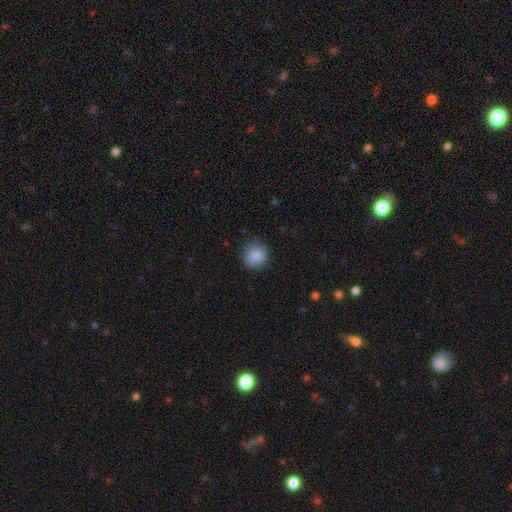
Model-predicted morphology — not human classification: Smooth or featured?
  - smooth: 85% *
  - star or artifact: 8%
  - featured or disk: 7%
How rounded?
  - round: 82% *
  - in between: 17%
  - cigar-shaped: 1%
Merging?
  - none: 78% *
  - minor disturbance: 16%
  - major disturbance: 5%
  - merger: 1%